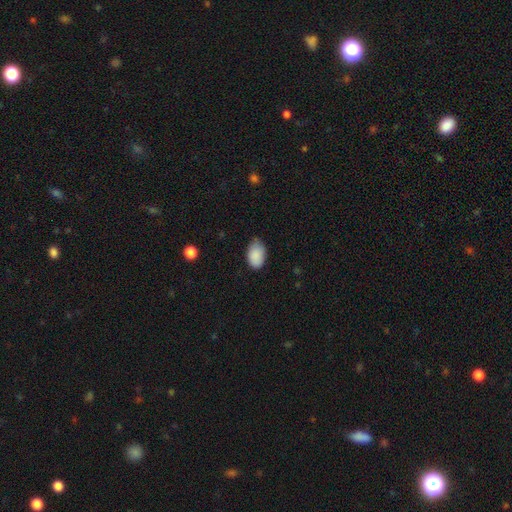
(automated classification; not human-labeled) Smooth or featured? smooth (89%)
How rounded? in between (90%)
Merging? none (66%)